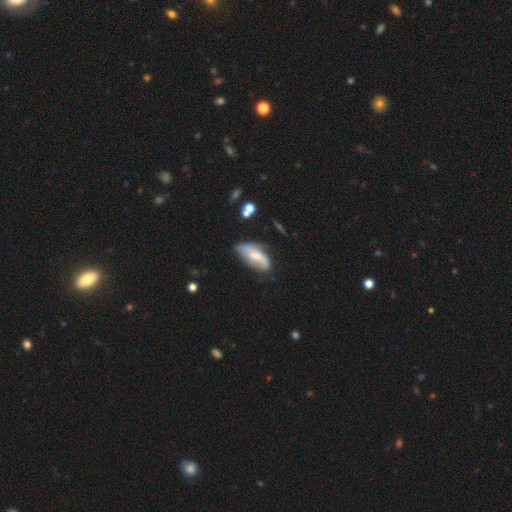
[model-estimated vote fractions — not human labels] Smooth or featured: featured or disk — 47% (smooth — 46%)
Merging: none — 51% (minor disturbance — 32%)